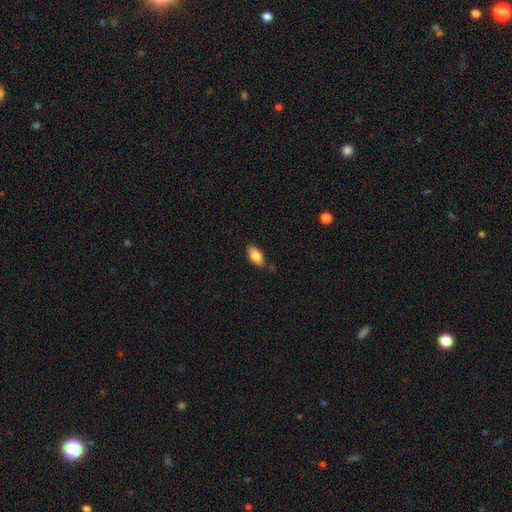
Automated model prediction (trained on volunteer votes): A smooth galaxy with no disk features (81%) that is in between round and cigar-shaped (90%).

Vote fractions:
- Smooth or featured? smooth: 81% / featured or disk: 12% / star or artifact: 7%
- How rounded? in between: 90% / cigar-shaped: 7% / round: 3%
- Merging? none: 81% / minor disturbance: 14% / major disturbance: 3% / merger: 2%